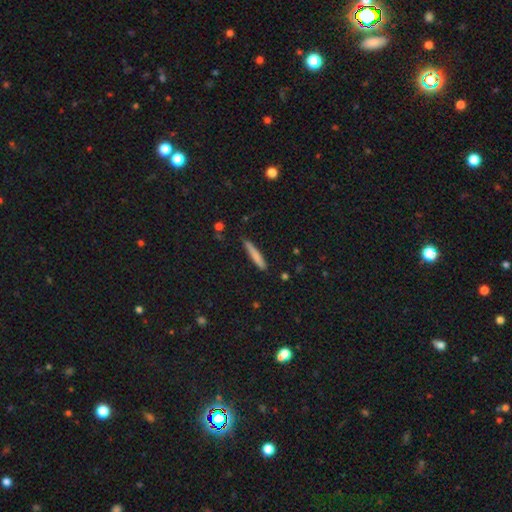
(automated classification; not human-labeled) A smooth galaxy with no disk features (78%) that is cigar-shaped (93%).

Vote fractions:
- Smooth or featured? smooth: 78% / featured or disk: 16% / star or artifact: 6%
- How rounded? cigar-shaped: 93% / in between: 5% / round: 1%
- Merging? none: 83% / minor disturbance: 13% / major disturbance: 2% / merger: 2%